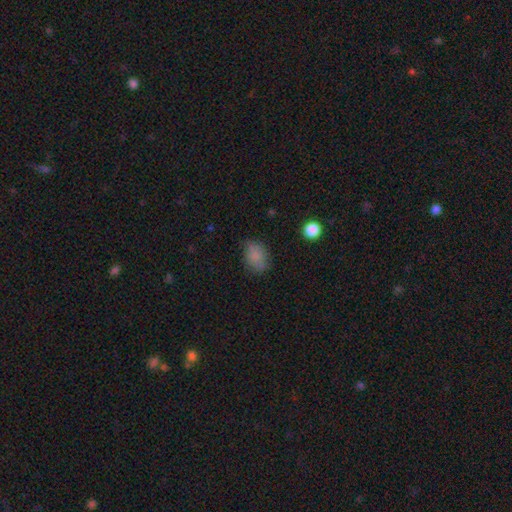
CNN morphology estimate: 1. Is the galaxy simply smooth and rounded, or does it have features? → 81% smooth, 11% star or artifact, 8% featured or disk.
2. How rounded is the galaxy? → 70% in between, 29% round, 1% cigar-shaped.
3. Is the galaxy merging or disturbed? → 66% none, 25% minor disturbance, 7% major disturbance, 2% merger.